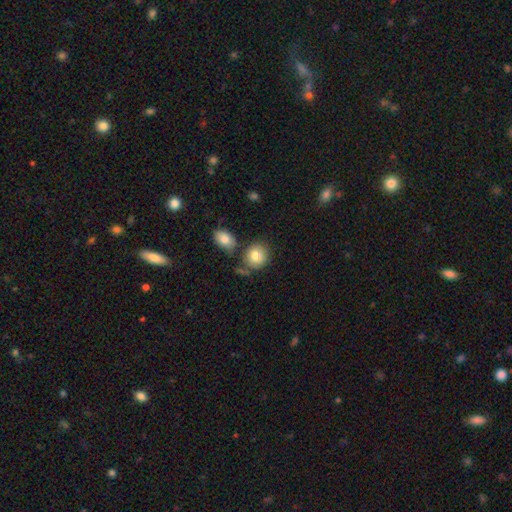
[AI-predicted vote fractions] A smooth galaxy with no disk features (81%) that is round (76%).

Vote fractions:
- Smooth or featured? smooth: 81% / featured or disk: 11% / star or artifact: 8%
- How rounded? round: 76% / in between: 23% / cigar-shaped: 1%
- Merging? none: 66% / merger: 16% / minor disturbance: 13% / major disturbance: 5%